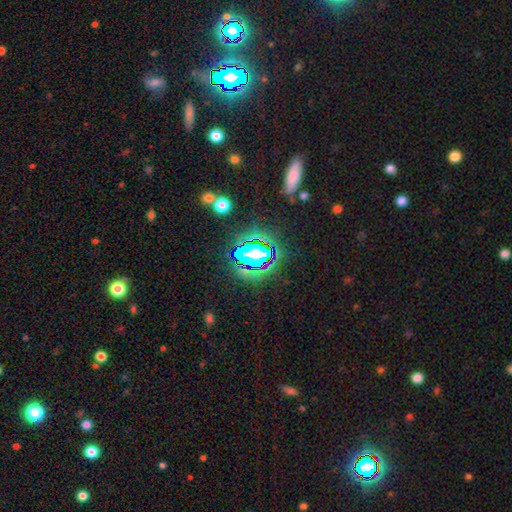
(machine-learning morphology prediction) smooth-or-featured: star or artifact: 63% | smooth: 23% | featured or disk: 14%